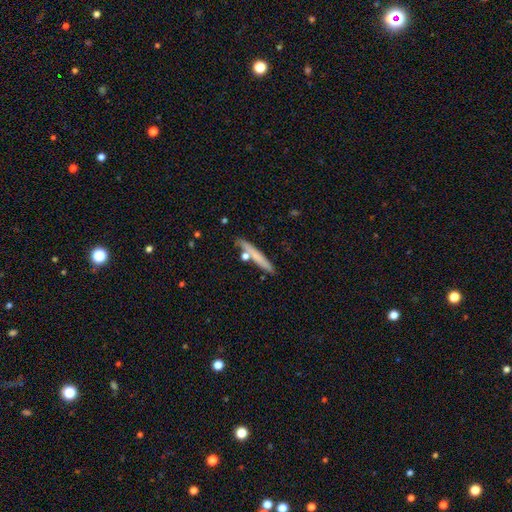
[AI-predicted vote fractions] Overall: smooth (63%; featured or disk 31%). How rounded: cigar-shaped (94%). Merging: none (80%).